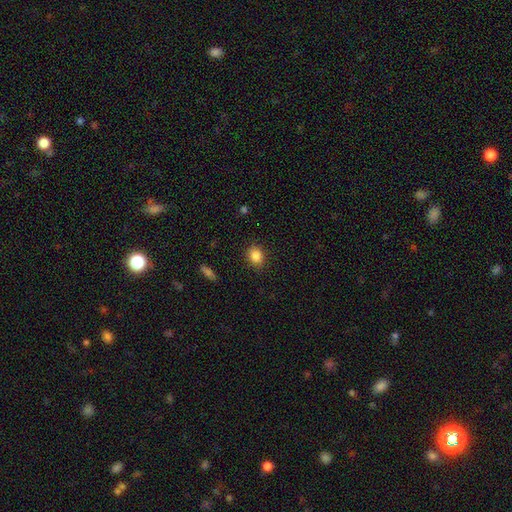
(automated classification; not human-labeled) This appears to be a smooth galaxy with no disk features (85%) that is round (54%). Merging: none (86%).